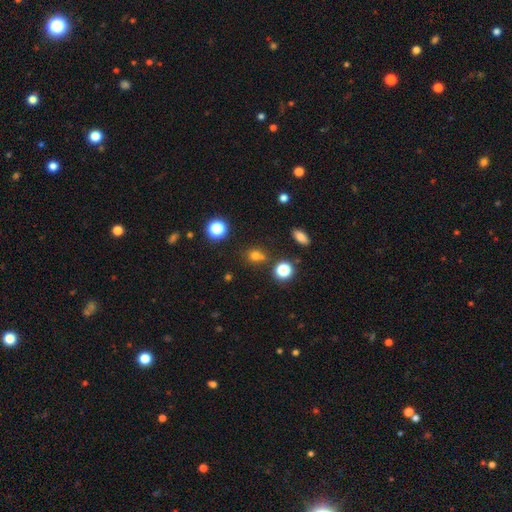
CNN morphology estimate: Smooth or featured? smooth (71%)
How rounded? round (76%)
Merging? none (68%)